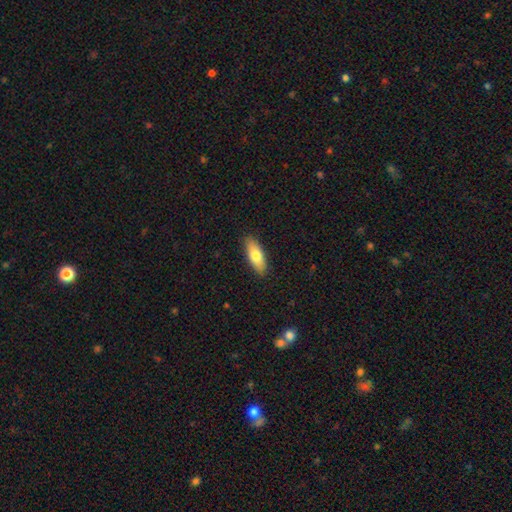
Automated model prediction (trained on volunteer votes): Smooth or featured? smooth (75%)
How rounded? in between (72%)
Merging? none (89%)